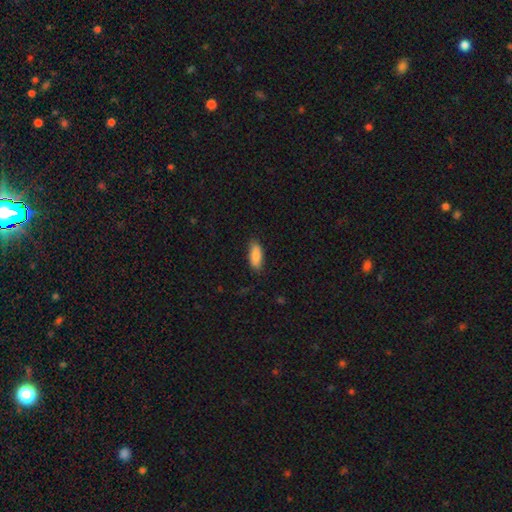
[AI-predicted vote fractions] Morphology: type=smooth (83%); roundness=in between (79%); merging=none (81%).